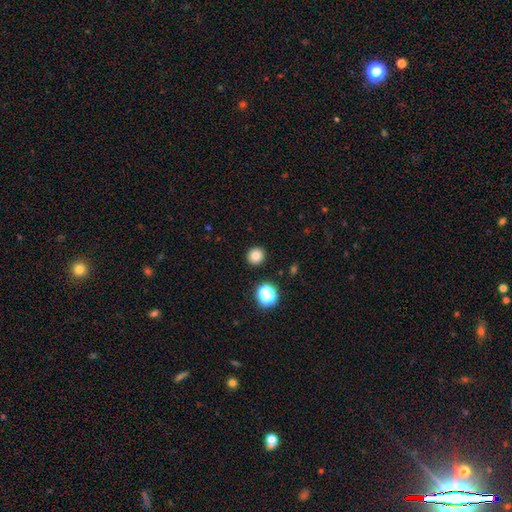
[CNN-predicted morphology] type=smooth (82%); roundness=round (91%); merging=none (91%).